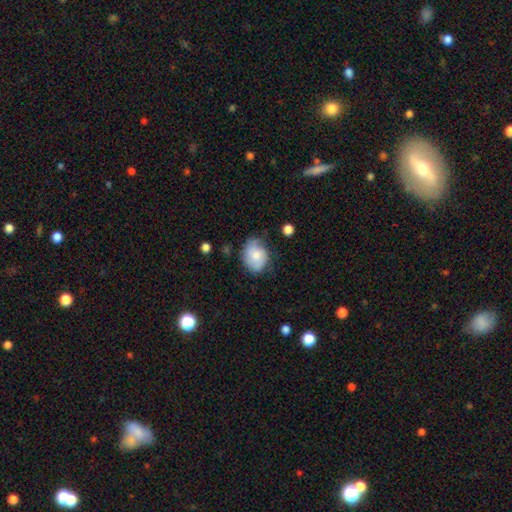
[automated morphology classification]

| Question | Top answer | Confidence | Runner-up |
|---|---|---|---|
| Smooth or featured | smooth | 68% | featured or disk (24%) |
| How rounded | in between | 53% | round (46%) |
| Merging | none | 57% | minor disturbance (32%) |